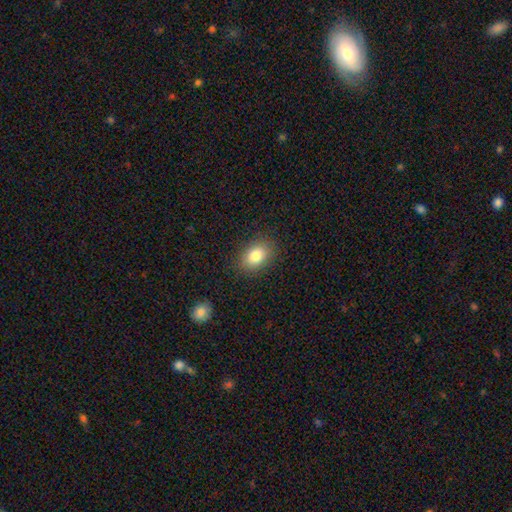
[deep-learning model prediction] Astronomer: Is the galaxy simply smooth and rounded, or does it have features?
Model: smooth — 83%.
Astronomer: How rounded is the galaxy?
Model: in between — 79%.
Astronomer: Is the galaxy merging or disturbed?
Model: none — 87%.